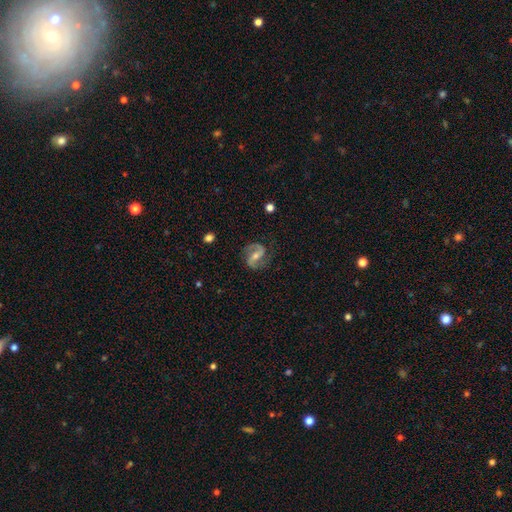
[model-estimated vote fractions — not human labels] Smooth or featured? featured or disk (87%)
Edge-on disk? no (97%)
Bar? weak (40%)
Spiral arms? yes (97%)
Spiral winding? medium (53%)
Spiral arm count? 2 (93%)
Bulge size? moderate (51%)
Merging? none (83%)